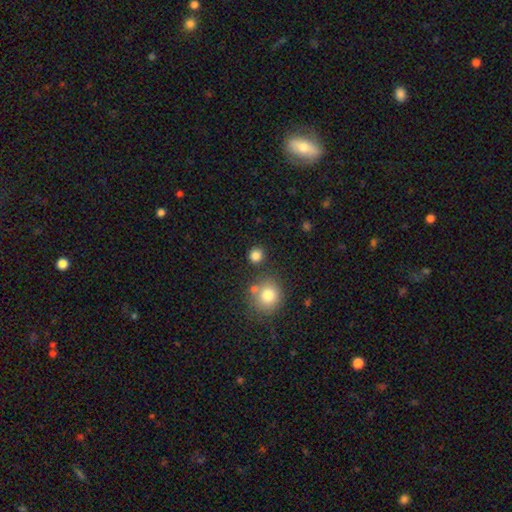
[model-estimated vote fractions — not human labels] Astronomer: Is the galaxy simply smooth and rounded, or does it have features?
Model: smooth — 84%.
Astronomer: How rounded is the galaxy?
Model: round — 90%.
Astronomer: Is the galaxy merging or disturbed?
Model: none — 84%.